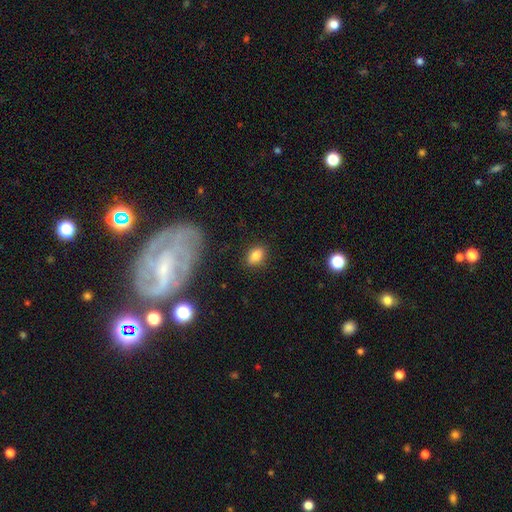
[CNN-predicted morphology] Q: Smooth or featured?
A: smooth (82%); runner-up: star or artifact (10%)
Q: How rounded?
A: in between (82%); runner-up: round (15%)
Q: Merging?
A: none (85%); runner-up: minor disturbance (11%)